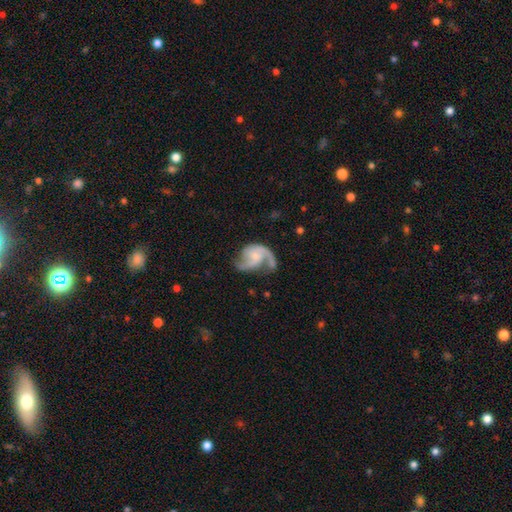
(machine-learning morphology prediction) Smooth or featured?
  - featured or disk: 85% *
  - smooth: 10%
  - star or artifact: 5%
Edge-on disk?
  - no: 98% *
  - yes: 2%
Bar?
  - no: 64% *
  - weak: 29%
  - strong: 6%
Spiral arms?
  - yes: 96% *
  - no: 4%
Spiral winding?
  - medium: 47% *
  - loose: 39%
  - tight: 14%
Spiral arm count?
  - 2: 79% *
  - 1: 10%
  - 3: 4%
  - can't tell: 4%
  - 4: 1%
  - more than 4: 1%
Bulge size?
  - small: 62% *
  - moderate: 24%
  - none: 11%
  - large: 2%
  - dominant: 1%
Merging?
  - none: 50% *
  - minor disturbance: 23%
  - major disturbance: 23%
  - merger: 4%